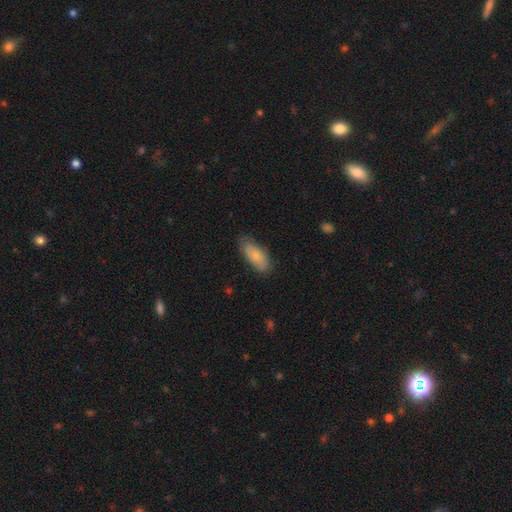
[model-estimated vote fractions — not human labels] A smooth galaxy with no disk features (81%) that is in between round and cigar-shaped (82%). Merging: none (78%).